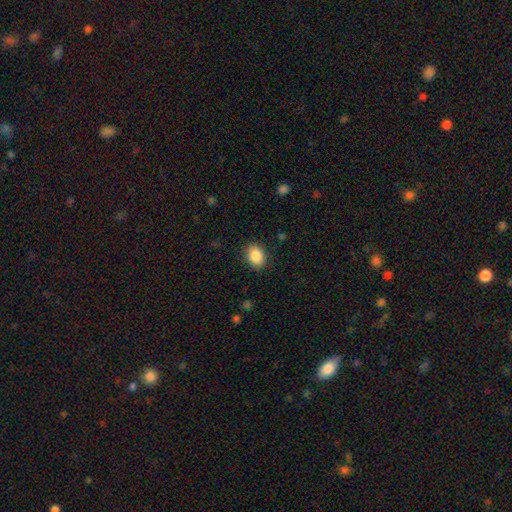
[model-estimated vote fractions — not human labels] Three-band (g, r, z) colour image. It shows a smooth galaxy with no disk features (89%) that is in between round and cigar-shaped (71%). Merging: none (88%).